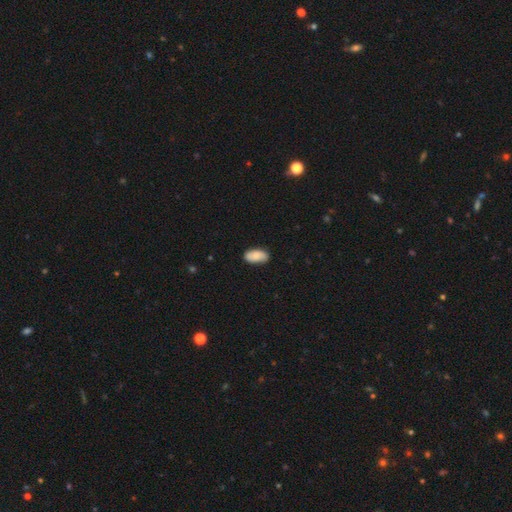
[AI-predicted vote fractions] This appears to be a smooth galaxy with no disk features (81%) that is in between round and cigar-shaped (94%). Merging: none (84%).